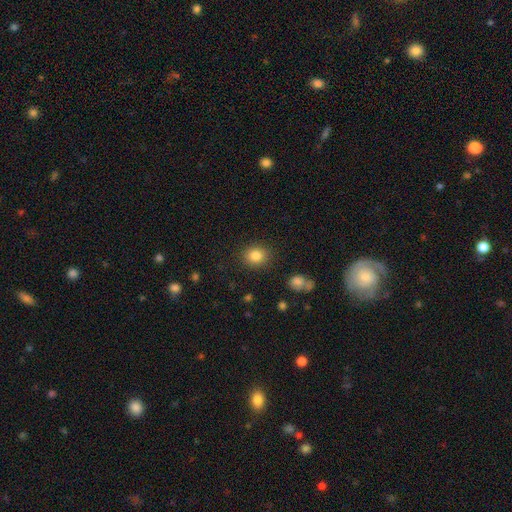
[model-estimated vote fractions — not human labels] Smooth or featured: smooth — 84% (star or artifact — 10%)
How rounded: round — 68% (in between — 31%)
Merging: none — 88% (minor disturbance — 8%)